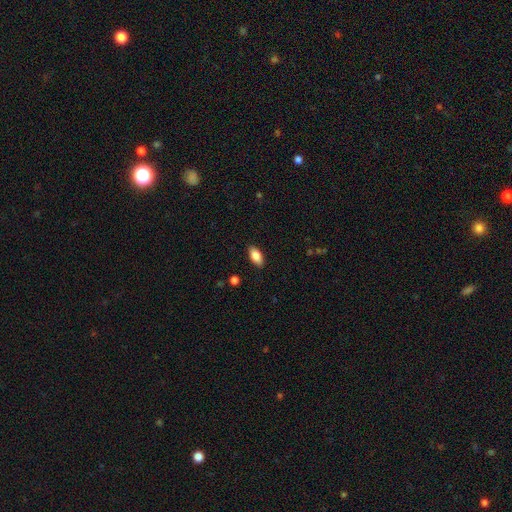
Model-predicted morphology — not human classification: Smooth or featured: smooth — 85% (featured or disk — 8%)
How rounded: in between — 90% (cigar-shaped — 7%)
Merging: none — 88% (minor disturbance — 9%)